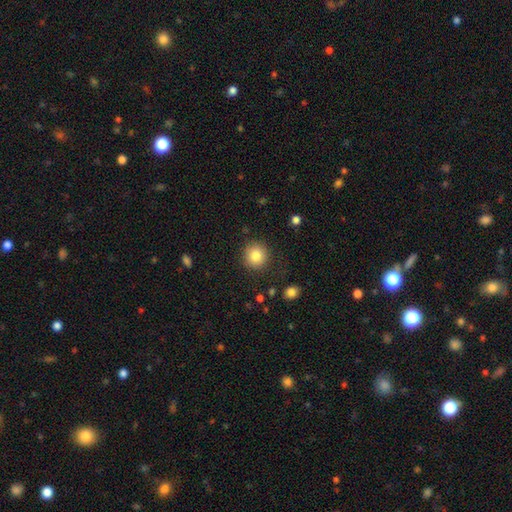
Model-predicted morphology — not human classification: smooth-or-featured: smooth: 84% | star or artifact: 10% | featured or disk: 7%
  how-rounded: round: 92% | in between: 7% | cigar-shaped: 1%
  merging: none: 87% | minor disturbance: 8% | major disturbance: 3% | merger: 2%